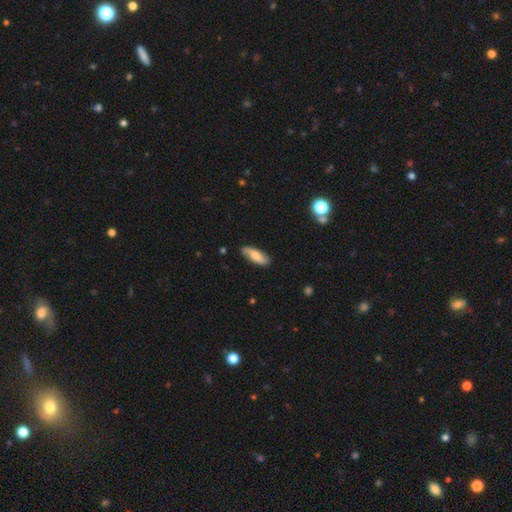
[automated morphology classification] smooth 59%, featured or disk 35%, star or artifact 6%. Down the decision tree: how rounded — in between (67%); merging — none (84%).